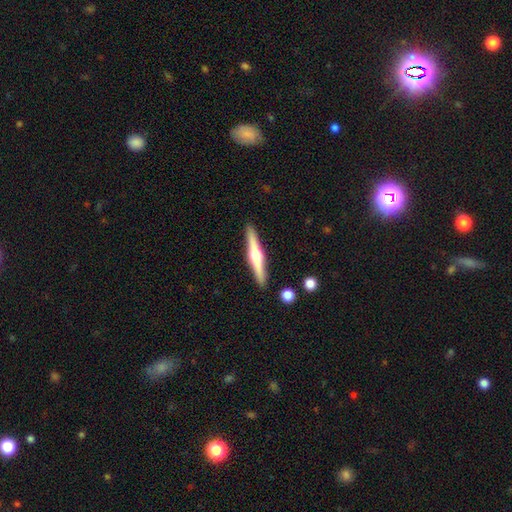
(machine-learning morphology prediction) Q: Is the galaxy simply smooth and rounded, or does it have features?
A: featured or disk — 68%.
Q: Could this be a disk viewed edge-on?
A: yes — 98%.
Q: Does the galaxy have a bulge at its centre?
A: rounded — 92%.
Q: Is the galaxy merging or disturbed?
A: none — 91%.